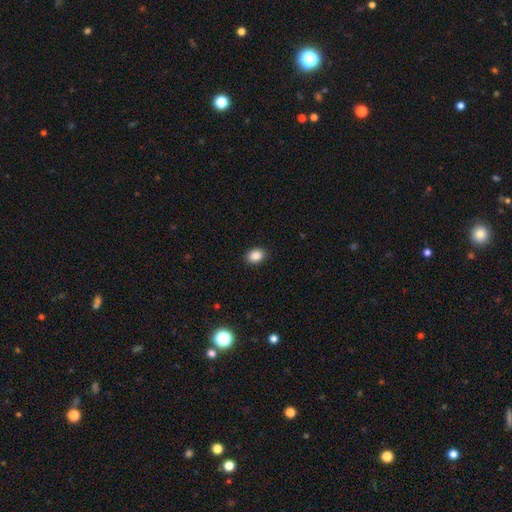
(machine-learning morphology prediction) Smooth or featured? Predicted: smooth (p=0.88). How rounded? Predicted: in between (p=0.63). Merging? Predicted: none (p=0.90).